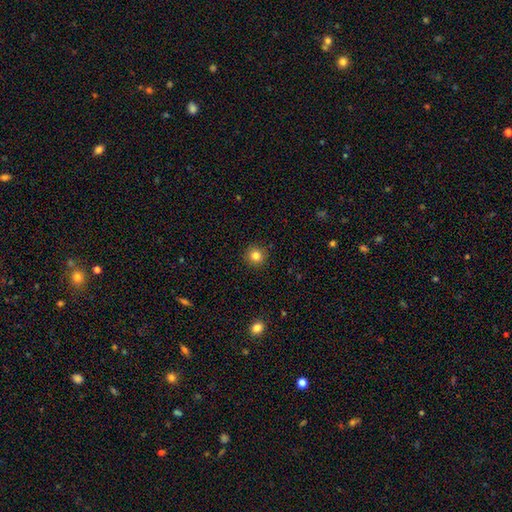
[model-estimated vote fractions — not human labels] smooth_or_featured: smooth (p=0.82) [alt: star or artifact p=0.12]
how_rounded: round (p=0.94) [alt: in between p=0.05]
merging: none (p=0.92) [alt: minor disturbance p=0.06]